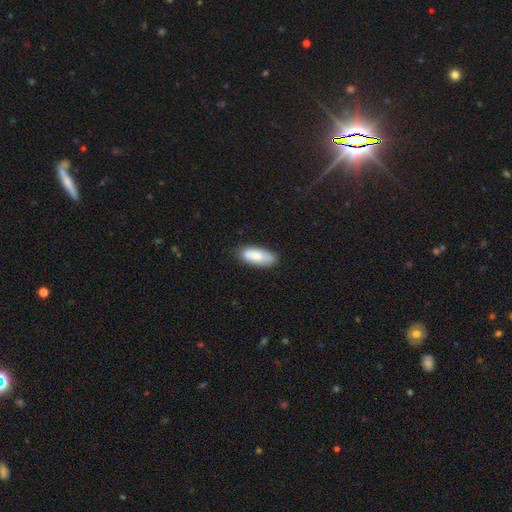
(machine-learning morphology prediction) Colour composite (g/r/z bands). It shows a smooth galaxy with no disk features (80%) that is in between round and cigar-shaped (79%). Merging: none (82%).